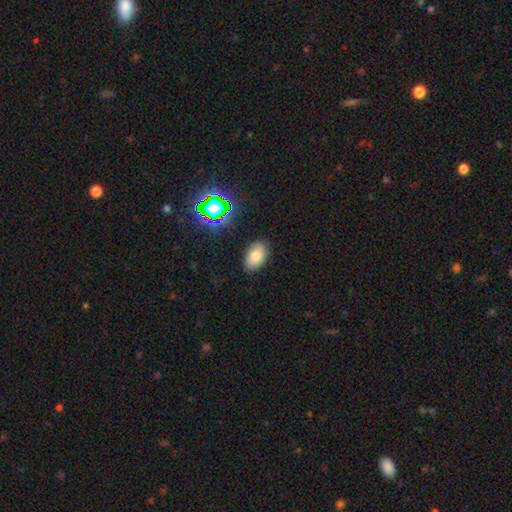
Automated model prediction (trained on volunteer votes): The model was most divided on "smooth or featured": smooth: 77%, star or artifact: 12%, featured or disk: 11%. More confident: how rounded — in between (90%); merging — none (85%).